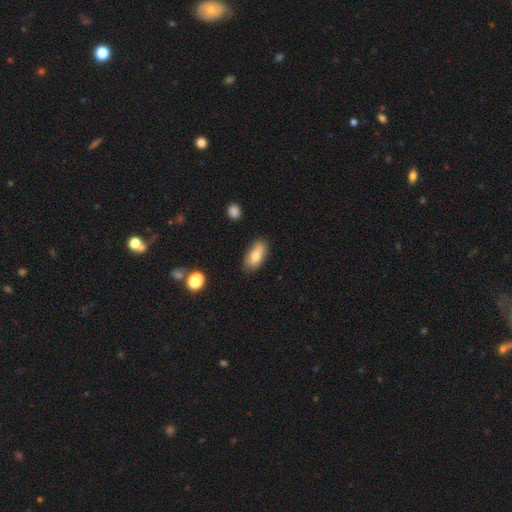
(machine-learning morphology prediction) A smooth galaxy with no disk features (76%) that is in between round and cigar-shaped (88%).

Vote fractions:
- Smooth or featured? smooth: 76% / featured or disk: 16% / star or artifact: 7%
- How rounded? in between: 88% / cigar-shaped: 9% / round: 3%
- Merging? none: 76% / minor disturbance: 18% / major disturbance: 3% / merger: 3%